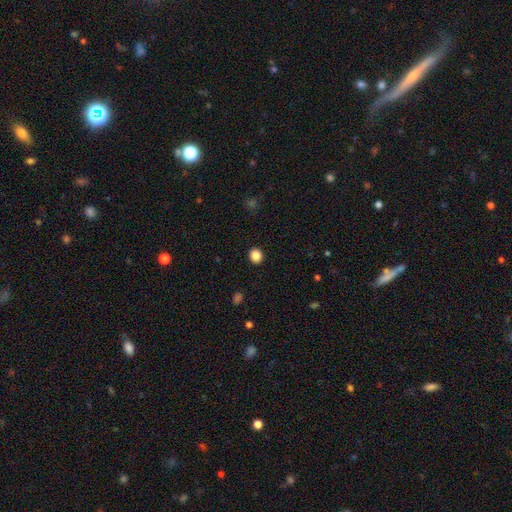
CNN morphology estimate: Q: Smooth or featured?
A: smooth (87%); runner-up: star or artifact (10%)
Q: How rounded?
A: round (74%); runner-up: in between (25%)
Q: Merging?
A: none (92%); runner-up: minor disturbance (5%)